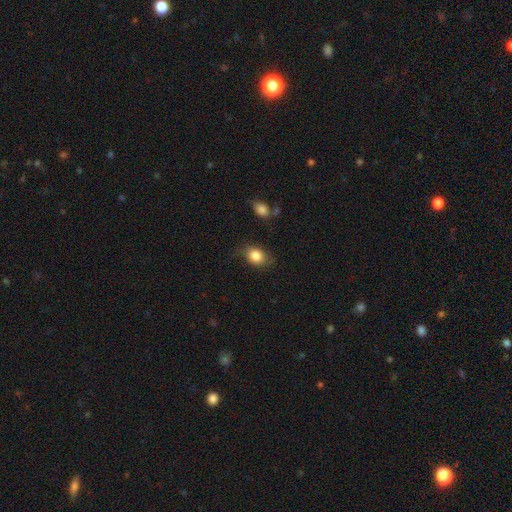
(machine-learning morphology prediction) A smooth galaxy with no disk features (83%) that is in between round and cigar-shaped (60%).

Vote fractions:
- Smooth or featured? smooth: 83% / featured or disk: 9% / star or artifact: 8%
- How rounded? in between: 60% / round: 39% / cigar-shaped: 1%
- Merging? none: 68% / minor disturbance: 22% / major disturbance: 7% / merger: 2%